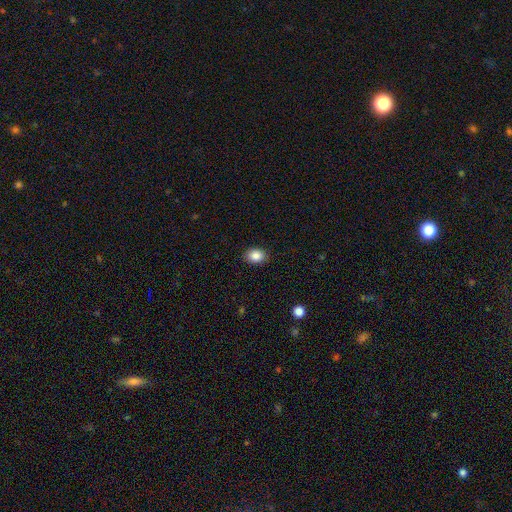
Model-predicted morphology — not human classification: Smooth or featured? smooth (87%)
How rounded? in between (68%)
Merging? none (88%)